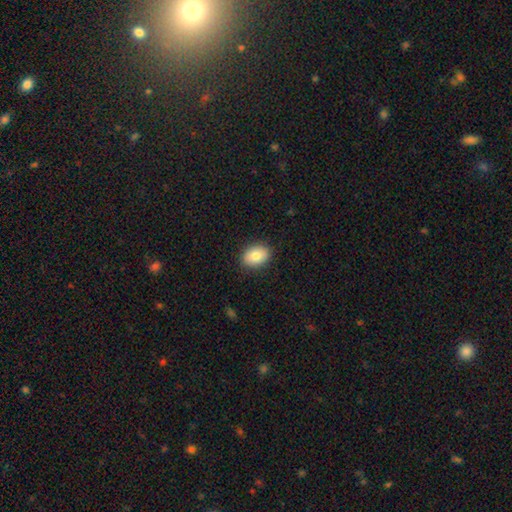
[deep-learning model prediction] This is clearly a smooth galaxy (84%). How rounded: likely in between (77%). Merging: clearly none (89%).